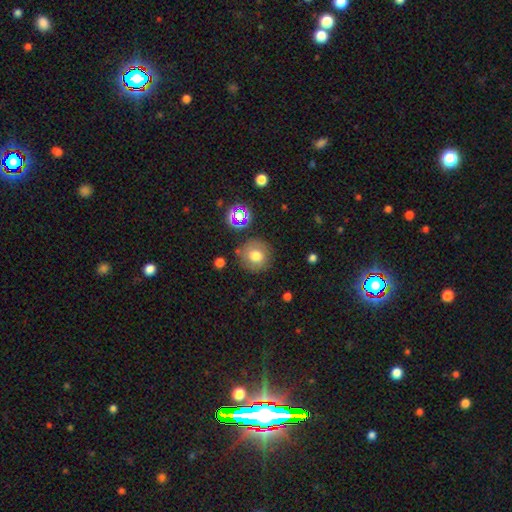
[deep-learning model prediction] The model was most divided on "smooth or featured": smooth: 70%, featured or disk: 15%, star or artifact: 15%. More confident: how rounded — round (91%); merging — none (81%).